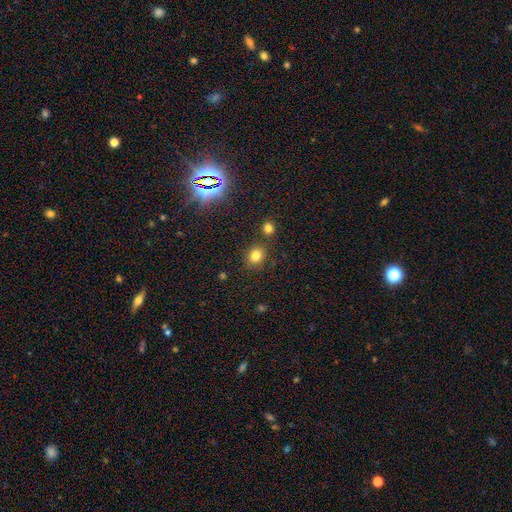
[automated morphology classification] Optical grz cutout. It shows a smooth galaxy with no disk features (80%) that is round (60%). Merging: none (79%).